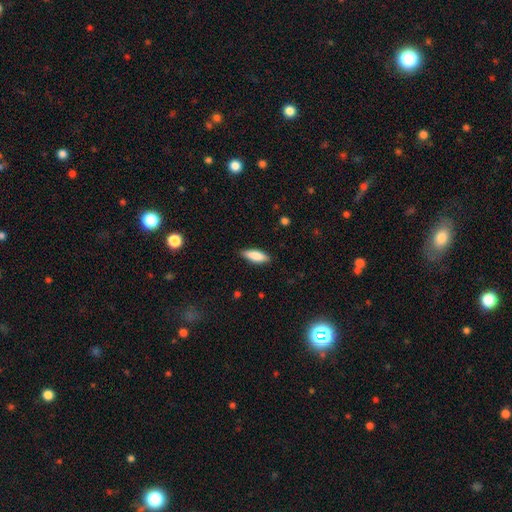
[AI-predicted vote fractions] This is clearly a smooth galaxy (83%). How rounded: likely in between (60%). Merging: clearly none (87%).